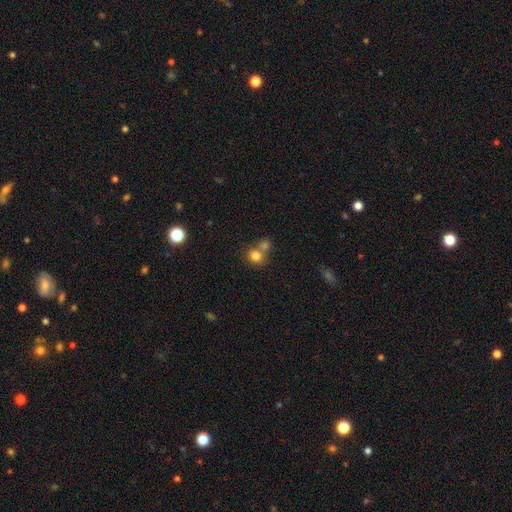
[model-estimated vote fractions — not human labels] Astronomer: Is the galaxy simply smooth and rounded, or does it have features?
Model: smooth — 79%.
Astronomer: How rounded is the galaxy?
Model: round — 83%.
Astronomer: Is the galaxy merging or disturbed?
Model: none — 46% (runner-up: merger, 44%).